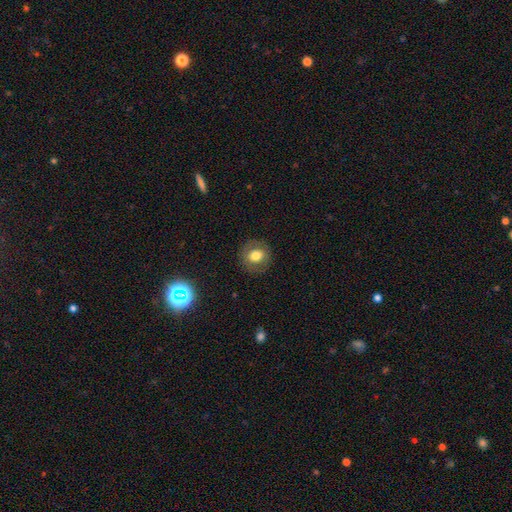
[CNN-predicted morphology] A smooth galaxy with no disk features (71%) that is round (81%). Merging: none (86%).